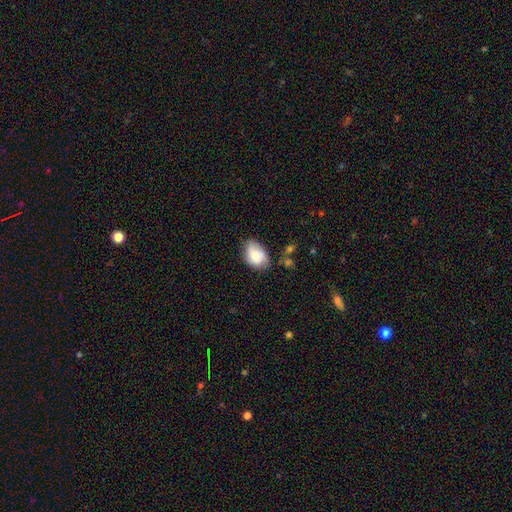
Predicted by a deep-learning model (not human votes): The model was most divided on "merging": none: 61%, minor disturbance: 28%, major disturbance: 7%, merger: 4%. More confident: how rounded — in between (83%); smooth or featured — smooth (65%).